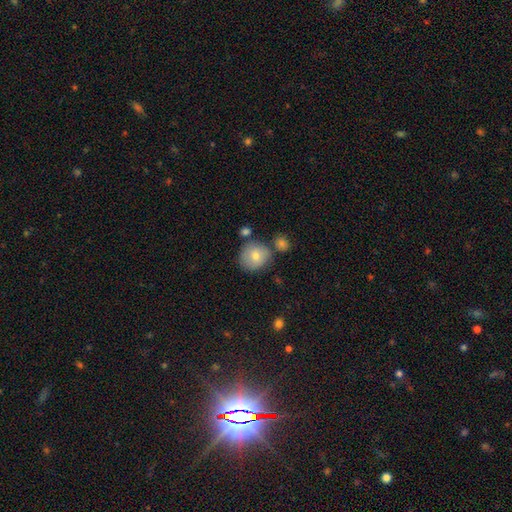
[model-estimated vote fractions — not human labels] Morphology: type=smooth (74%); roundness=round (87%); merging=none (70%).